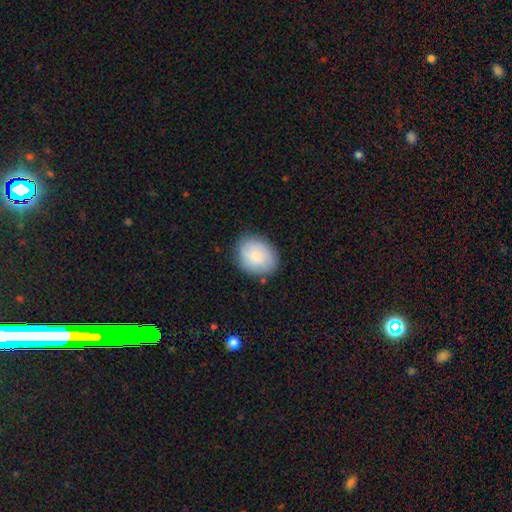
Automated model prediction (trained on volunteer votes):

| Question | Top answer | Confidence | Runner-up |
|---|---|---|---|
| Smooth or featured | smooth | 81% | featured or disk (13%) |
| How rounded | in between | 54% | round (45%) |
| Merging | none | 81% | minor disturbance (14%) |